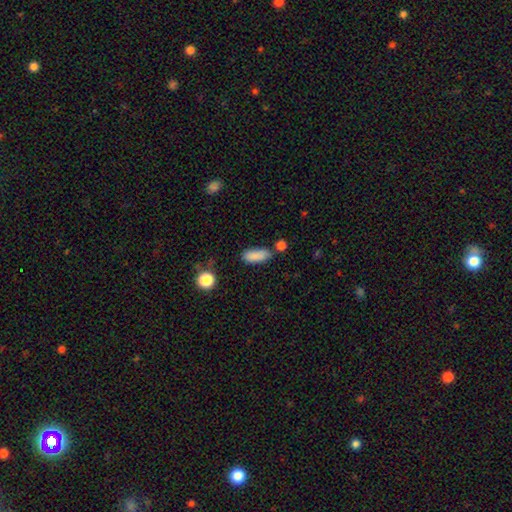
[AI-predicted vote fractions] A smooth galaxy with no disk features (86%) that is in between round and cigar-shaped (72%).

Vote fractions:
- Smooth or featured? smooth: 86% / star or artifact: 8% / featured or disk: 6%
- How rounded? in between: 72% / cigar-shaped: 24% / round: 3%
- Merging? none: 66% / minor disturbance: 20% / merger: 10% / major disturbance: 5%